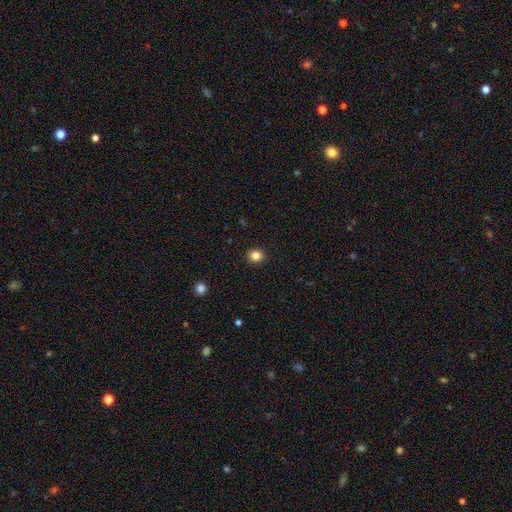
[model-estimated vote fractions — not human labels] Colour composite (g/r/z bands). It shows a smooth galaxy with no disk features (85%) that is round (78%). Merging: none (92%).